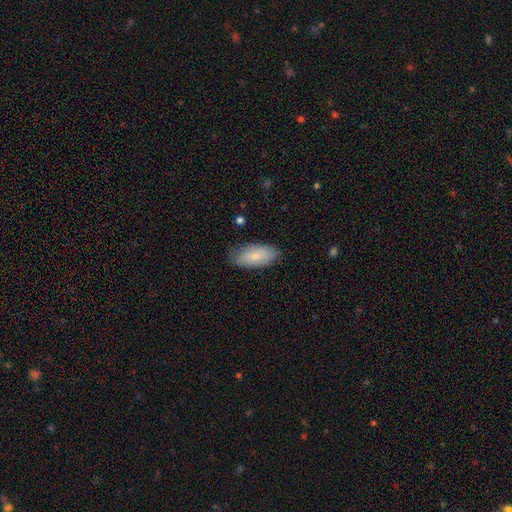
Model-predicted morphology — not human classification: smooth-or-featured: smooth: 76% | featured or disk: 18% | star or artifact: 6%
  how-rounded: in between: 91% | cigar-shaped: 6% | round: 3%
  merging: none: 78% | minor disturbance: 18% | major disturbance: 3% | merger: 1%